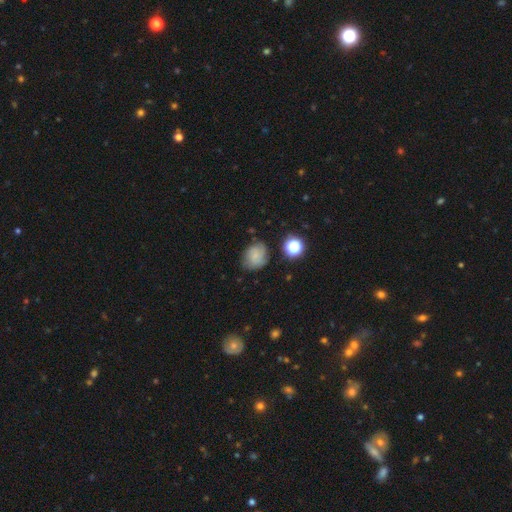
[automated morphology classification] smooth_or_featured: smooth (p=0.67) [alt: featured or disk p=0.19]
how_rounded: round (p=0.63) [alt: in between p=0.37]
merging: none (p=0.65) [alt: minor disturbance p=0.24]